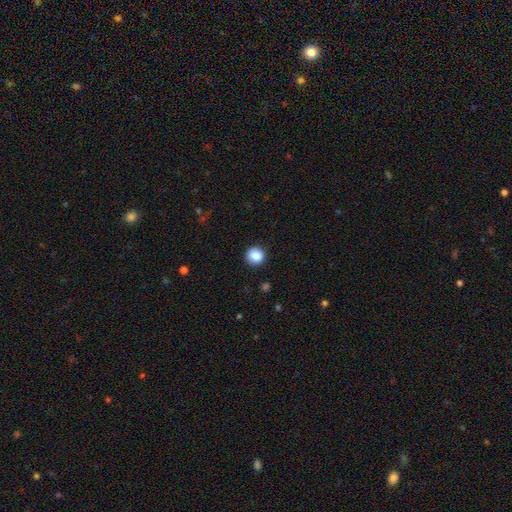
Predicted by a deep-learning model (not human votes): Smooth or featured? Predicted: smooth (p=0.87). How rounded? Predicted: round (p=0.92). Merging? Predicted: none (p=0.91).